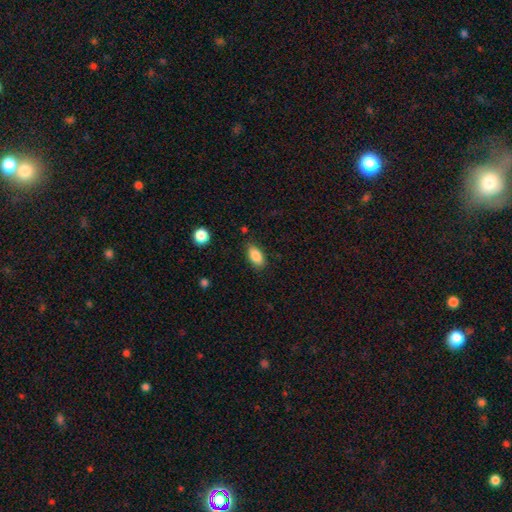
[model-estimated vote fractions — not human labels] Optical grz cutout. It shows a smooth galaxy with no disk features (86%) that is in between round and cigar-shaped (91%). Merging: none (82%).